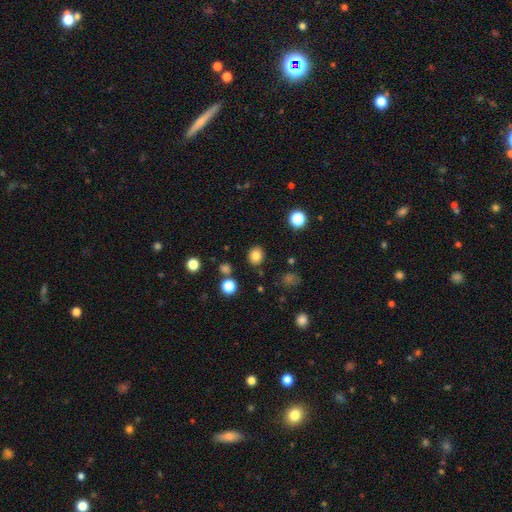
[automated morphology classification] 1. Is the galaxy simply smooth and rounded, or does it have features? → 83% smooth, 12% star or artifact, 5% featured or disk.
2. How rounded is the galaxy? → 71% round, 28% in between, 1% cigar-shaped.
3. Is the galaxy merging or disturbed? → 88% none, 7% minor disturbance, 3% major disturbance, 2% merger.